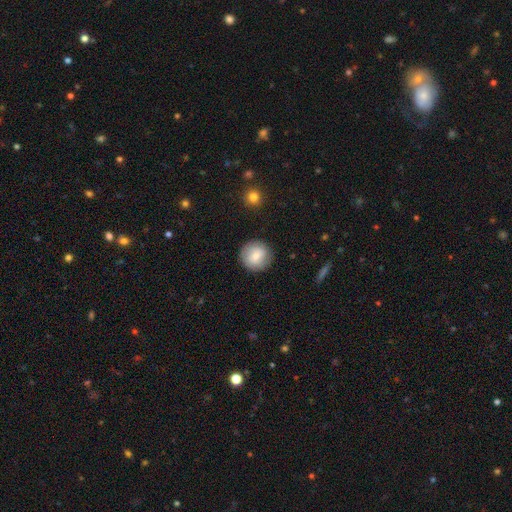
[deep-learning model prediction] smooth-or-featured: smooth: 65% | featured or disk: 28% | star or artifact: 8%
  how-rounded: round: 94% | in between: 5% | cigar-shaped: 1%
  merging: none: 87% | minor disturbance: 9% | major disturbance: 3% | merger: 1%